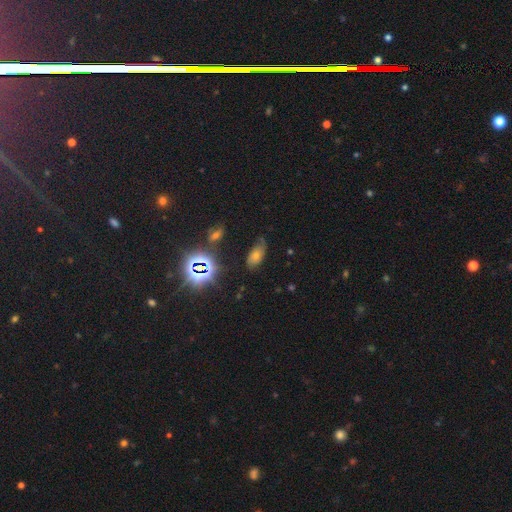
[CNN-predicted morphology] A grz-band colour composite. It shows a star or artifact, not a galaxy (43%).